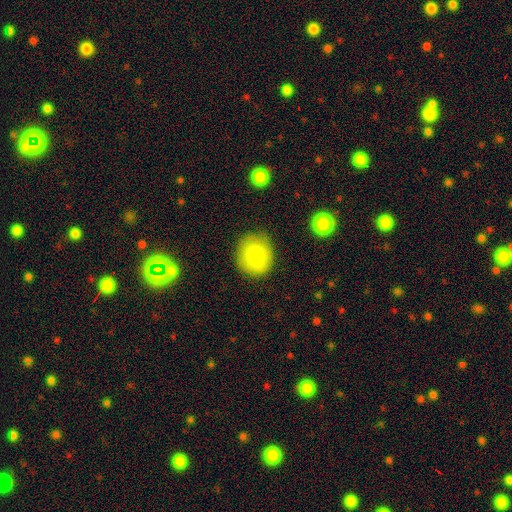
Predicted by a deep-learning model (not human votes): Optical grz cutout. It shows a smooth galaxy with no disk features (81%) that is round (77%). Merging: none (81%).